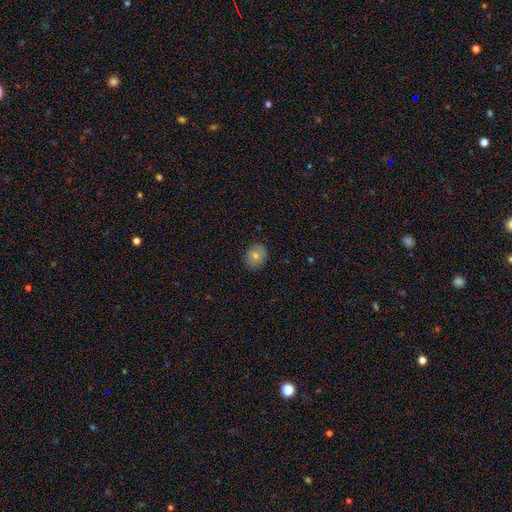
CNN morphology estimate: The model was most divided on "how rounded": round: 60%, in between: 39%, cigar-shaped: 1%. More confident: merging — none (84%); smooth or featured — smooth (74%).